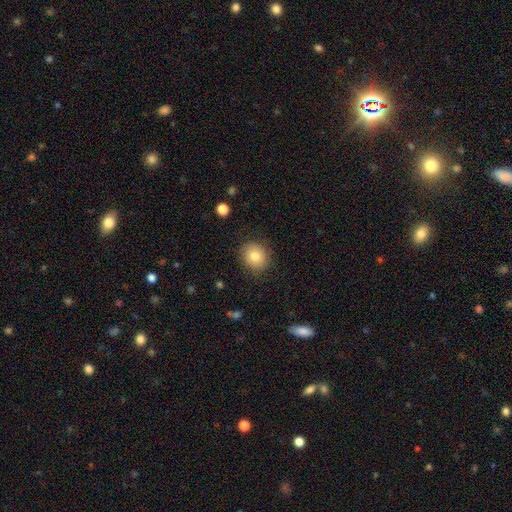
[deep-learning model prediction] This appears to be a smooth galaxy with no disk features (82%) that is round (74%). Merging: none (85%).